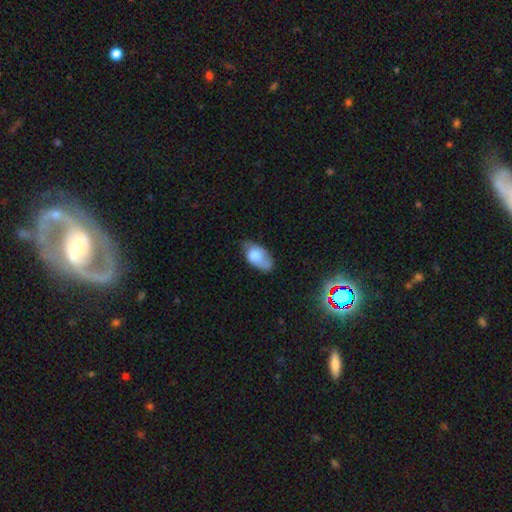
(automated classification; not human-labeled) smooth-or-featured: smooth: 72% | featured or disk: 21% | star or artifact: 8%
  how-rounded: in between: 93% | round: 5% | cigar-shaped: 2%
  merging: none: 46% | minor disturbance: 38% | major disturbance: 14% | merger: 3%